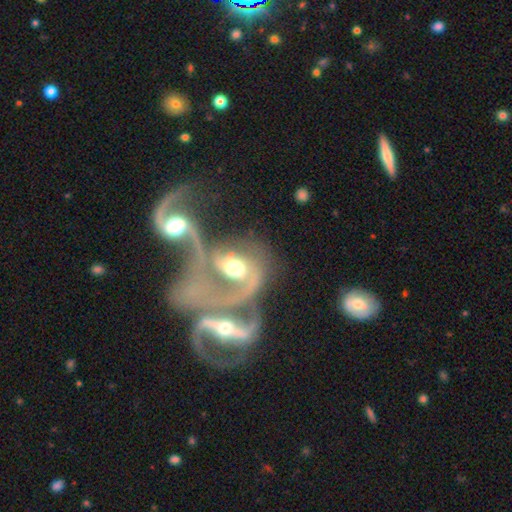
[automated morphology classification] smooth-or-featured: featured or disk: 77% | smooth: 14% | star or artifact: 9%
  disk-edge-on: no: 95% | yes: 5%
    bar: no: 46% | weak: 32% | strong: 21%
    has-spiral-arms: yes: 84% | no: 16%
      spiral-winding: loose: 53% | medium: 35% | tight: 12%
      spiral-arm-count: 2: 67% | 1: 14% | can't tell: 11% | 3: 4% | 4: 2% | more than 4: 2%
    bulge-size: moderate: 57% | small: 20% | large: 15% | none: 5% | dominant: 3%
  merging: merger: 72% | major disturbance: 13% | none: 10% | minor disturbance: 5%